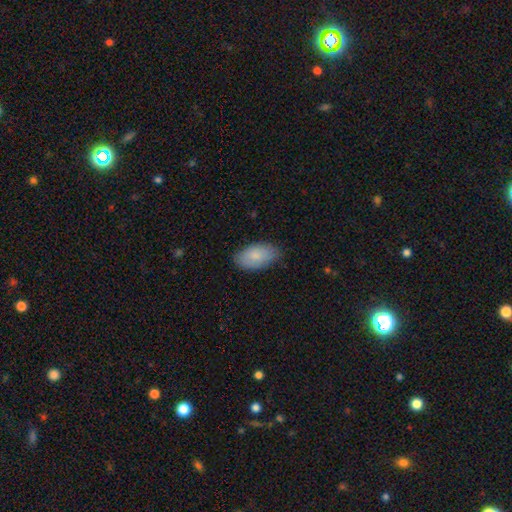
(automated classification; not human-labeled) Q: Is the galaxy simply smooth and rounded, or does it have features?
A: smooth — 83%.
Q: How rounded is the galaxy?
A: in between — 95%.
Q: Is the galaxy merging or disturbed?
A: none — 79%.